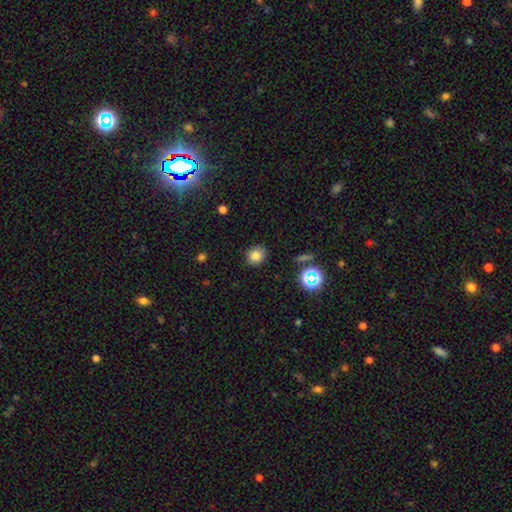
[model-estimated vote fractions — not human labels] A smooth galaxy with no disk features (80%) that is round (74%).

Vote fractions:
- Smooth or featured? smooth: 80% / star or artifact: 14% / featured or disk: 7%
- How rounded? round: 74% / in between: 25% / cigar-shaped: 1%
- Merging? none: 85% / minor disturbance: 10% / major disturbance: 3% / merger: 2%